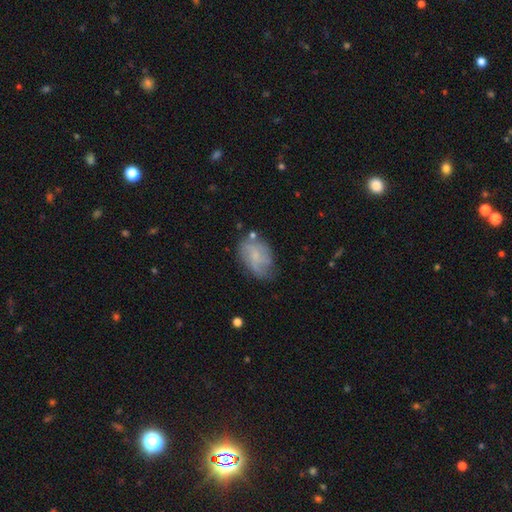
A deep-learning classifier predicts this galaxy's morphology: smooth-or-featured: featured or disk: 50% | smooth: 42% | star or artifact: 9%
  merging: none: 54% | minor disturbance: 29% | major disturbance: 12% | merger: 5%